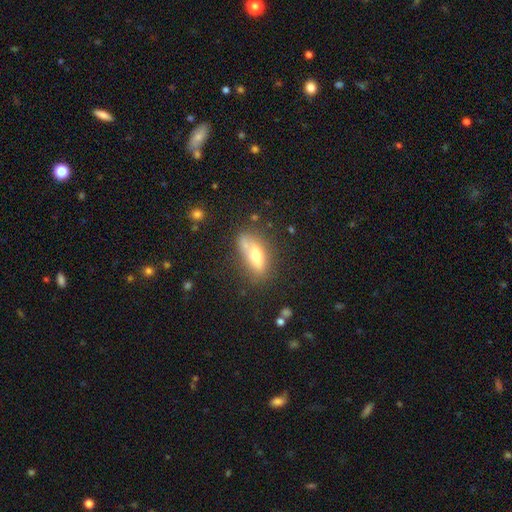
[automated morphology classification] Smooth or featured? Predicted: smooth (p=0.60). How rounded? Predicted: in between (p=0.65). Merging? Predicted: none (p=0.56).